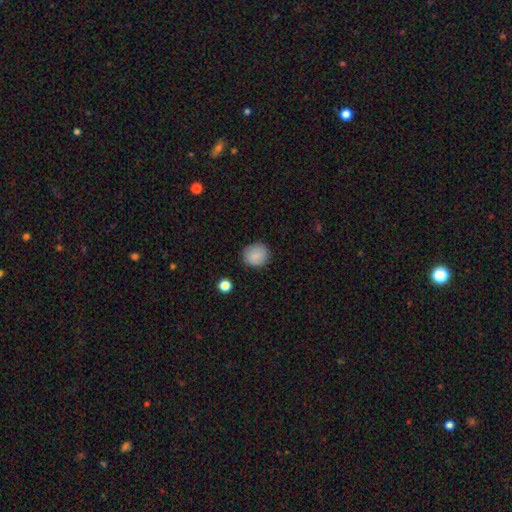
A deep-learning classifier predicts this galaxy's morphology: smooth-or-featured: smooth: 85% | star or artifact: 8% | featured or disk: 6%
  how-rounded: round: 84% | in between: 15% | cigar-shaped: 1%
  merging: none: 85% | minor disturbance: 11% | major disturbance: 3% | merger: 1%